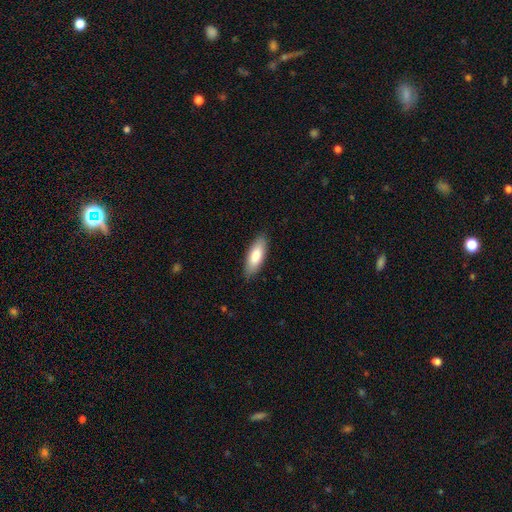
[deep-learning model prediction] Morphology: type=smooth (81%); roundness=in between (66%); merging=none (86%).